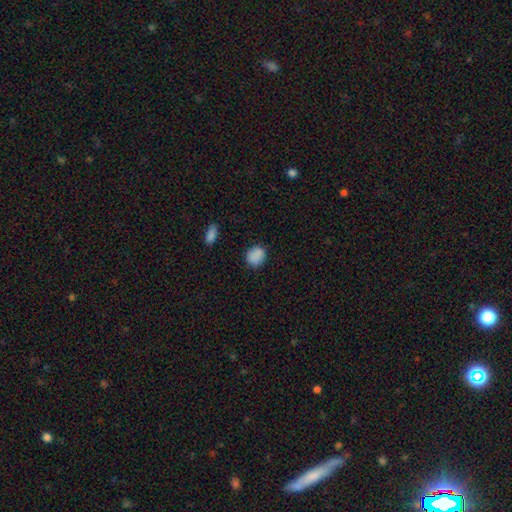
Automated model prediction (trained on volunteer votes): Overall: smooth (86%). How rounded: round (69%; in between 30%). Merging: none (78%).